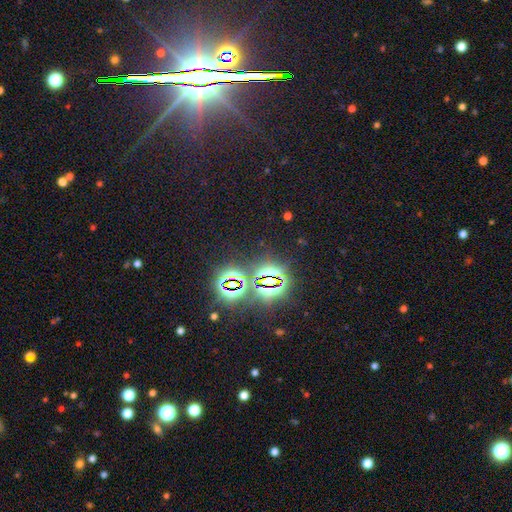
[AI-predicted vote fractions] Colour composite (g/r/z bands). It shows a star or artifact, not a galaxy (75%).